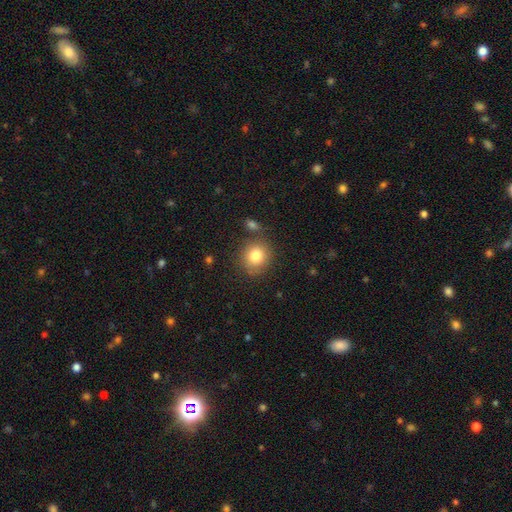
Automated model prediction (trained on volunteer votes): Smooth or featured? Predicted: smooth (p=0.81). How rounded? Predicted: round (p=0.83). Merging? Predicted: none (p=0.79).